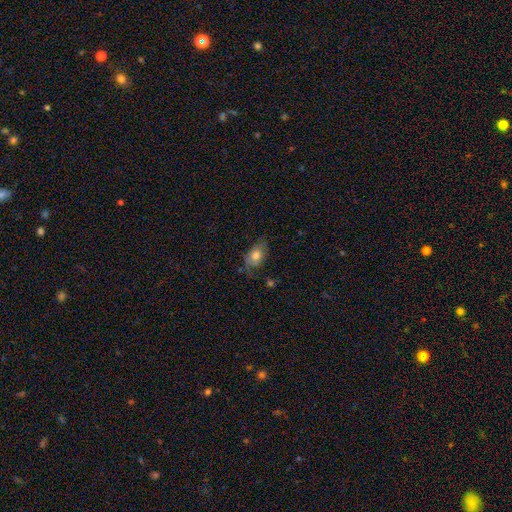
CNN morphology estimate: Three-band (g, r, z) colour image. It shows a smooth galaxy with no disk features (70%) that is in between round and cigar-shaped (85%). Merging: none (59%).